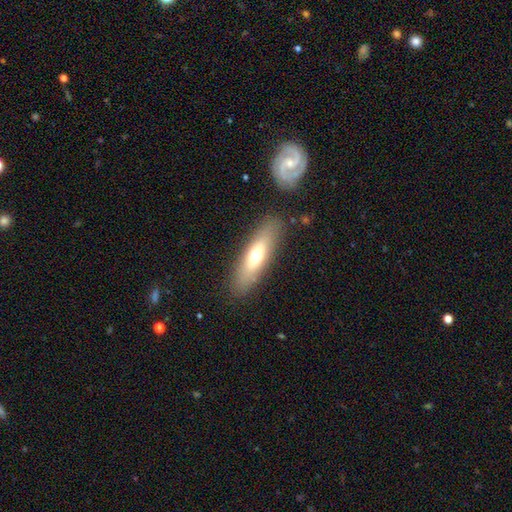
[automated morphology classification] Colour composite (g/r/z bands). It shows a smooth galaxy with no disk features (60%) that is cigar-shaped (57%). Merging: none (84%).